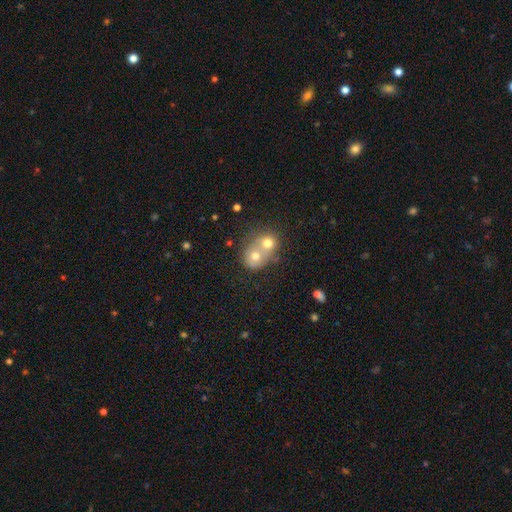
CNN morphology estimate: smooth 62%, featured or disk 26%, star or artifact 12%. Down the decision tree: how rounded — round (68%); merging — merger (71%).